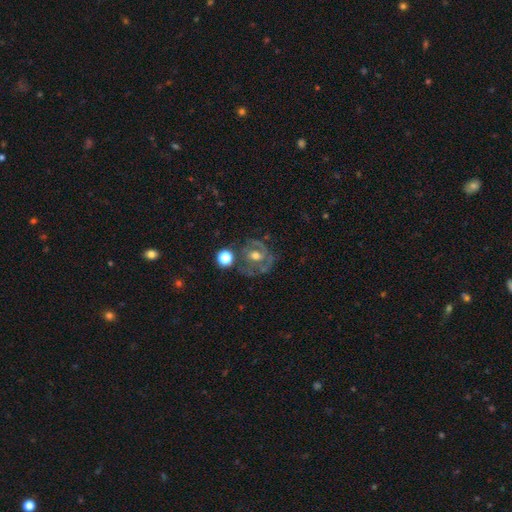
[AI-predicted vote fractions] Smooth or featured? featured or disk (61%)
Edge-on disk? no (97%)
Bar? no (62%)
Spiral arms? yes (52%)
Bulge size? moderate (67%)
Merging? none (52%)